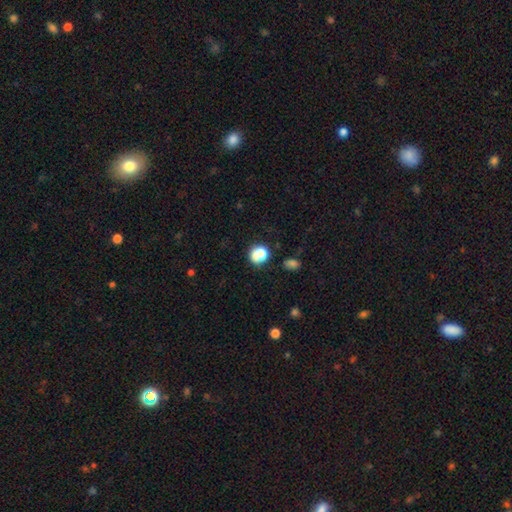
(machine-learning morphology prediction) Smooth or featured? smooth (77%)
How rounded? round (76%)
Merging? none (61%)